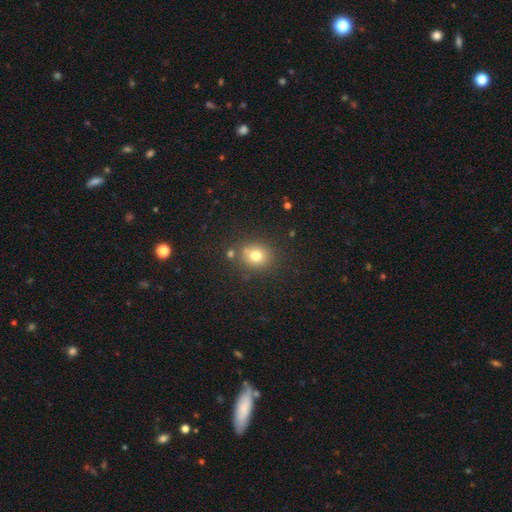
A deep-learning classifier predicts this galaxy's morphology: smooth_or_featured: smooth (p=0.75) [alt: star or artifact p=0.14]
how_rounded: round (p=0.76) [alt: in between p=0.24]
merging: none (p=0.73) [alt: merger p=0.13]